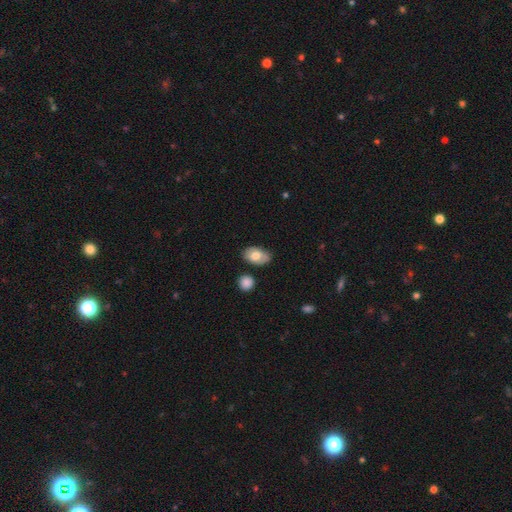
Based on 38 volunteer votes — Smooth or featured?
  - smooth: 68% *
  - featured or disk: 26%
  - star or artifact: 5%
How rounded?
  - in between: 96% *
  - round: 4%
  - cigar-shaped: 0%
Merging?
  - none: 86% *
  - minor disturbance: 14%
  - major disturbance: 0%
  - merger: 0%